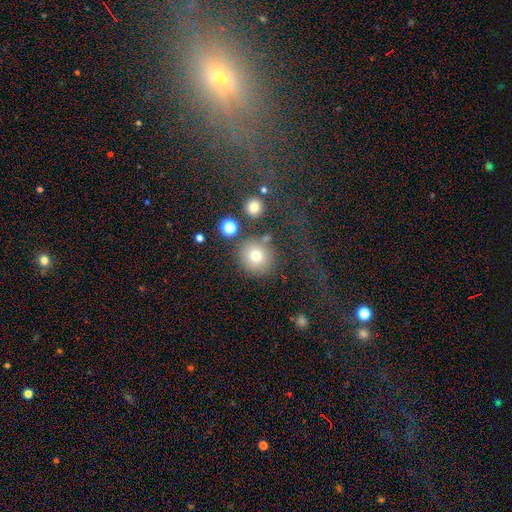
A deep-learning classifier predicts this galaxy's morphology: This is likely a smooth galaxy (73%). How rounded: clearly round (91%). Merging: likely none (73%).